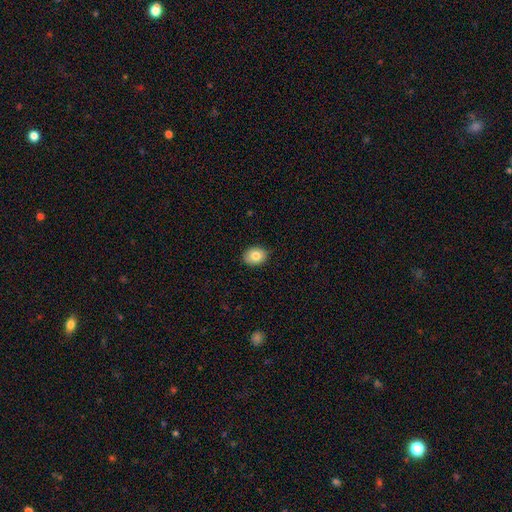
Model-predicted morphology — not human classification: Smooth or featured: smooth — 80% (featured or disk — 11%)
How rounded: in between — 54% (round — 45%)
Merging: none — 88% (minor disturbance — 9%)